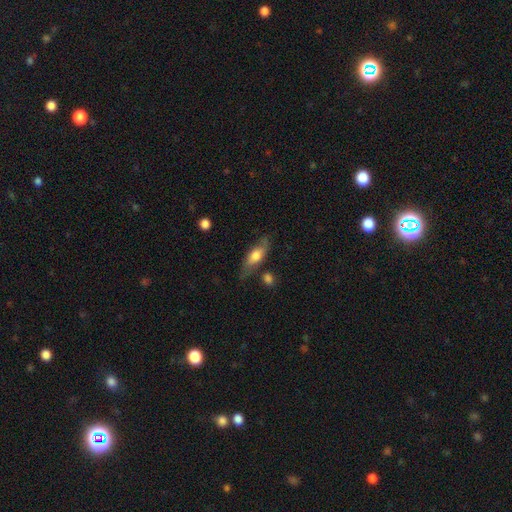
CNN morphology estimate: This is possibly a smooth galaxy (56%). How rounded: likely in between (65%). Merging: likely none (64%).